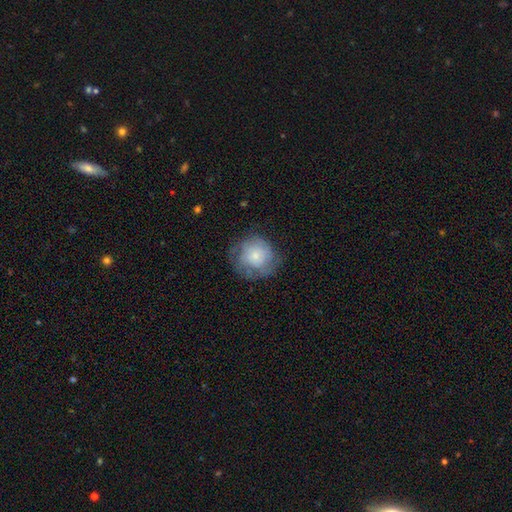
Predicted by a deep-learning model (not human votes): A smooth galaxy with no disk features (64%) that is round (89%). Merging: none (63%).